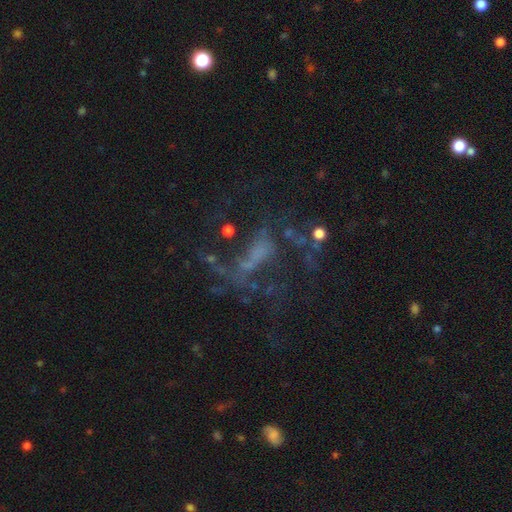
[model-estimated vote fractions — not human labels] Morphology: type=featured or disk (61%); edge-on=no (95%); bar=no (49%); spiral arms=yes (51%); bulge=none (57%); merging=none (41%).